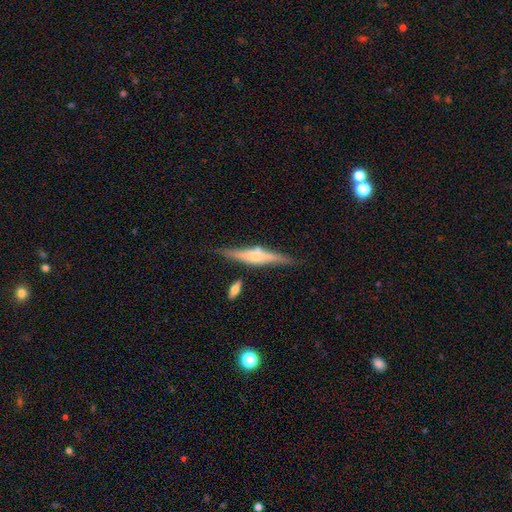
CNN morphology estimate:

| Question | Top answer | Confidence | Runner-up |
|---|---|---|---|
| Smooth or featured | featured or disk | 71% | smooth (23%) |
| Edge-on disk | yes | 96% | no (4%) |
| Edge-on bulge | rounded | 79% | boxy (15%) |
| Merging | none | 76% | minor disturbance (14%) |